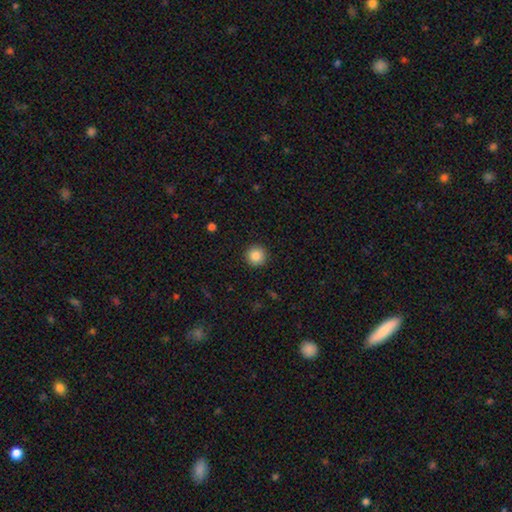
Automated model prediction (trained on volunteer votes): smooth 86%, star or artifact 10%, featured or disk 5%. Down the decision tree: how rounded — round (96%); merging — none (93%).